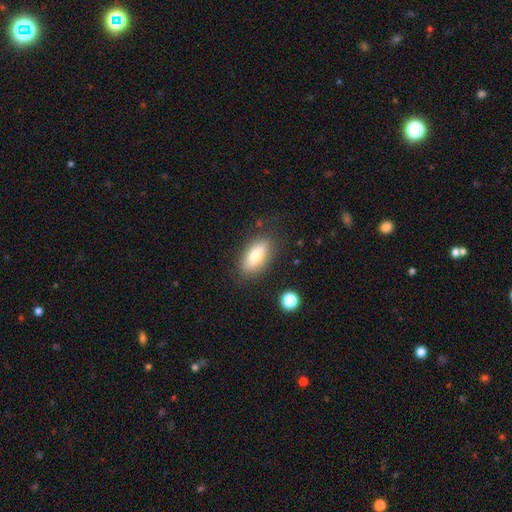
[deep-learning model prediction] Smooth or featured?
  - smooth: 73% *
  - featured or disk: 20%
  - star or artifact: 7%
How rounded?
  - in between: 80% *
  - cigar-shaped: 17%
  - round: 3%
Merging?
  - none: 81% *
  - minor disturbance: 13%
  - major disturbance: 4%
  - merger: 2%